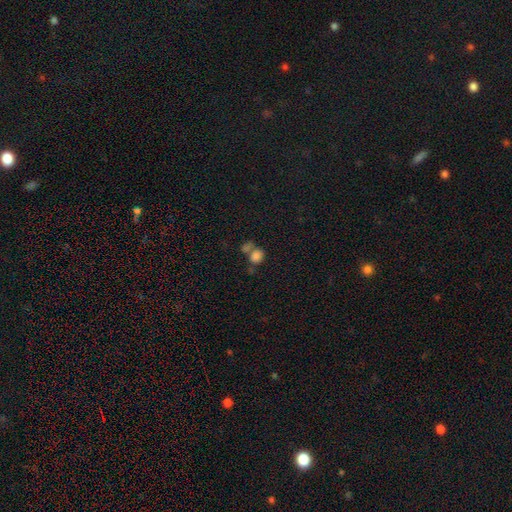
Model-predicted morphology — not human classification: Q: Smooth or featured?
A: smooth (79%); runner-up: star or artifact (12%)
Q: How rounded?
A: round (56%); runner-up: in between (43%)
Q: Merging?
A: merger (48%); runner-up: none (34%)